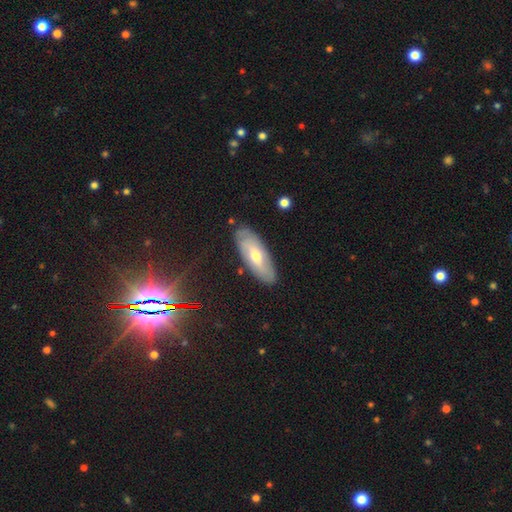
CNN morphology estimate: type=featured or disk (49%); merging=none (84%).